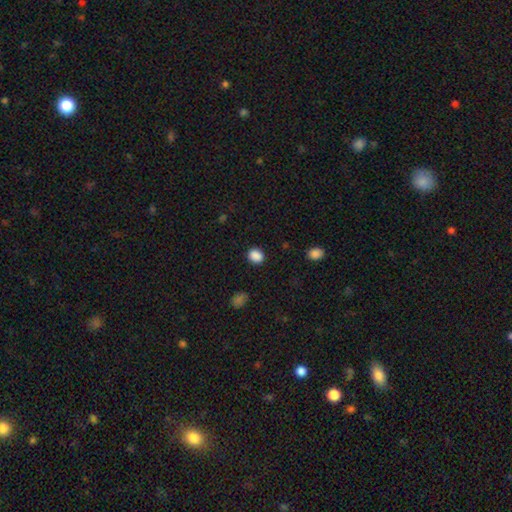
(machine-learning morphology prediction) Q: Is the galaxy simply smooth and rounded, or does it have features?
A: smooth — 88%.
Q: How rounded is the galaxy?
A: round — 62%.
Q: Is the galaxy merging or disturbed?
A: none — 88%.